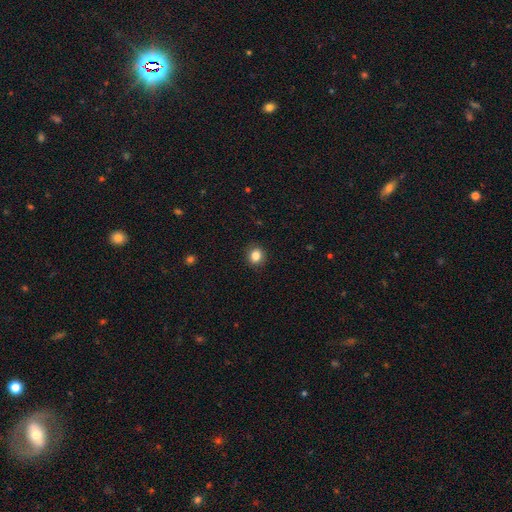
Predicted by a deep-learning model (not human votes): This appears to be a smooth galaxy with no disk features (85%) that is round (78%). Merging: none (90%).